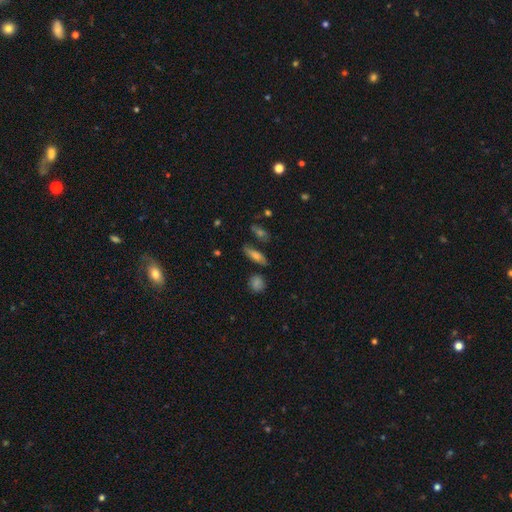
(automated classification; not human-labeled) The model was most divided on "how rounded": in between: 49%, cigar-shaped: 44%, round: 7%. More confident: merging — none (74%); smooth or featured — smooth (55%).